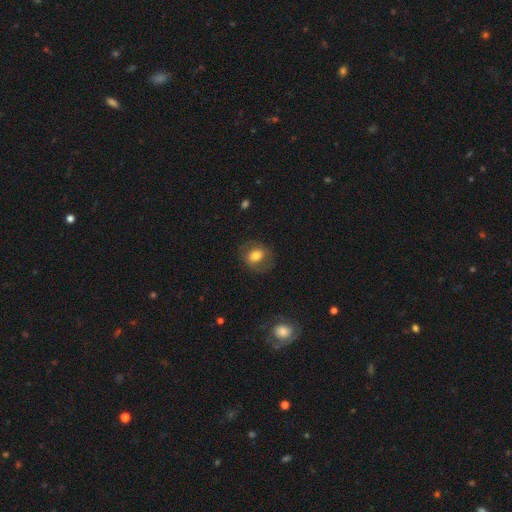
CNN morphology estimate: This is likely a smooth galaxy (63%). How rounded: possibly in between (51%). Merging: likely none (75%).